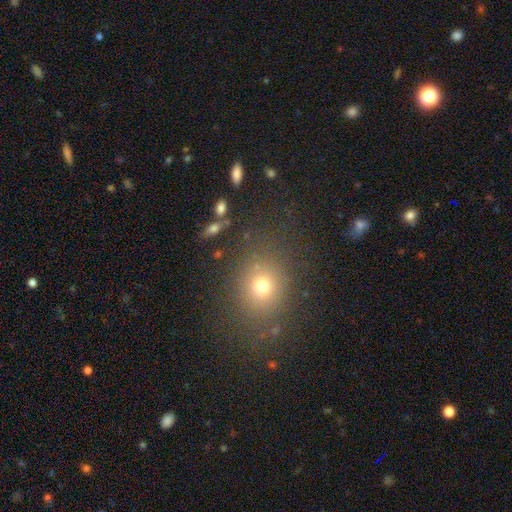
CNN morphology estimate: Q: Smooth or featured?
A: smooth (63%); runner-up: star or artifact (28%)
Q: How rounded?
A: round (58%); runner-up: in between (41%)
Q: Merging?
A: none (86%); runner-up: minor disturbance (8%)